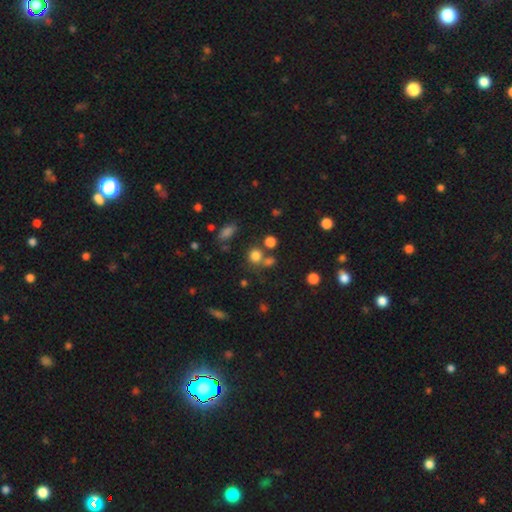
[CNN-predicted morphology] Smooth or featured? smooth (74%)
How rounded? round (83%)
Merging? none (63%)